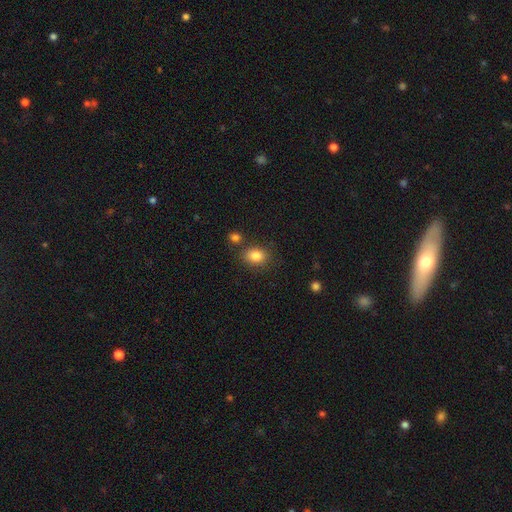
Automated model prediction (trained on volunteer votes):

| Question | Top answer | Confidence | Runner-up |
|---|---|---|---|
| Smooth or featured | smooth | 84% | star or artifact (10%) |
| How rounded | in between | 63% | round (36%) |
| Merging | none | 75% | minor disturbance (12%) |